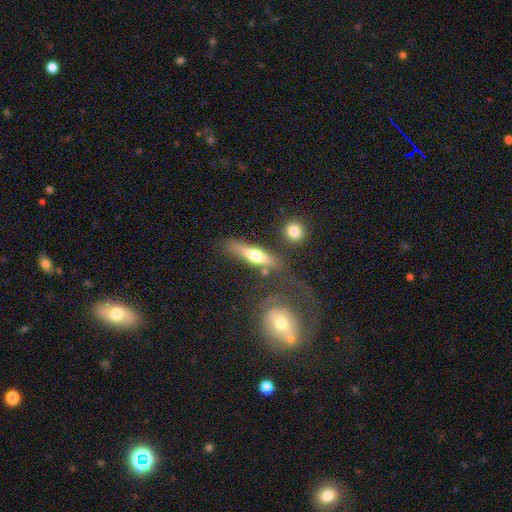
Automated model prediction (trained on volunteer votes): Smooth or featured?
  - smooth: 50% *
  - featured or disk: 44%
  - star or artifact: 7%
Merging?
  - none: 66% *
  - minor disturbance: 17%
  - merger: 9%
  - major disturbance: 8%